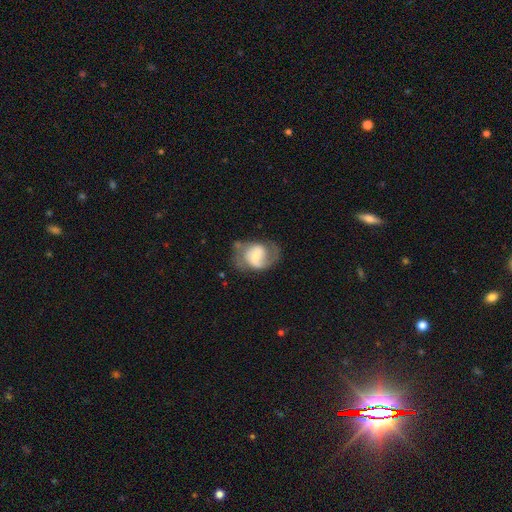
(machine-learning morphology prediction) type=featured or disk (69%); edge-on=no (97%); bar=weak (44%); spiral arms=yes (87%); winding=medium (47%); arm count=2 (65%); bulge=small (47%); merging=none (50%).